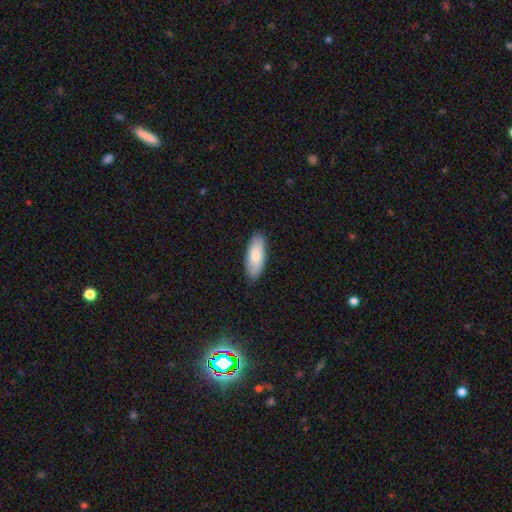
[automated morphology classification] type=smooth (81%); roundness=in between (80%); merging=none (88%).